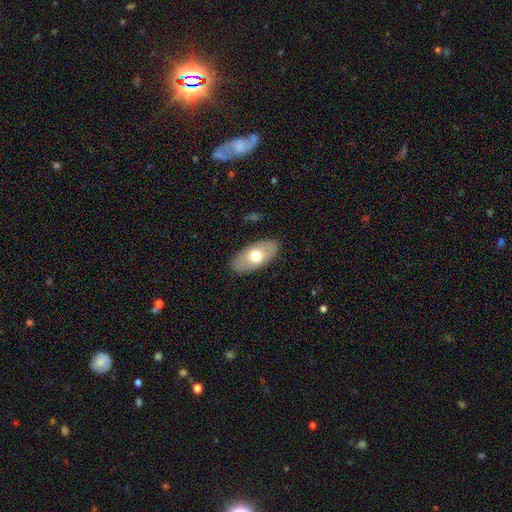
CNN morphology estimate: Smooth or featured?
  - smooth: 63% *
  - featured or disk: 32%
  - star or artifact: 5%
How rounded?
  - in between: 93% *
  - cigar-shaped: 4%
  - round: 3%
Merging?
  - none: 87% *
  - minor disturbance: 10%
  - major disturbance: 2%
  - merger: 1%